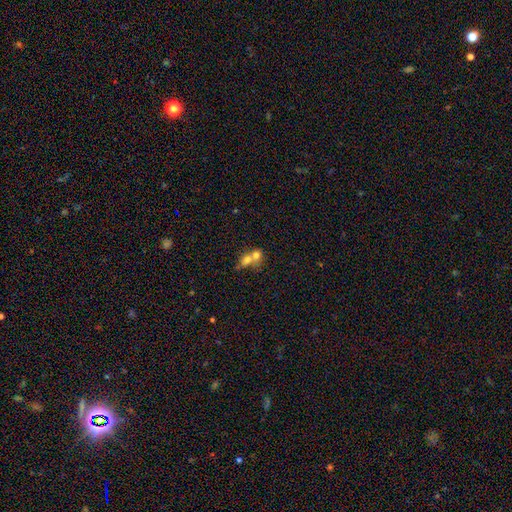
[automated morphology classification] Smooth or featured? Predicted: smooth (p=0.68). How rounded? Predicted: round (p=0.61). Merging? Predicted: merger (p=0.72).